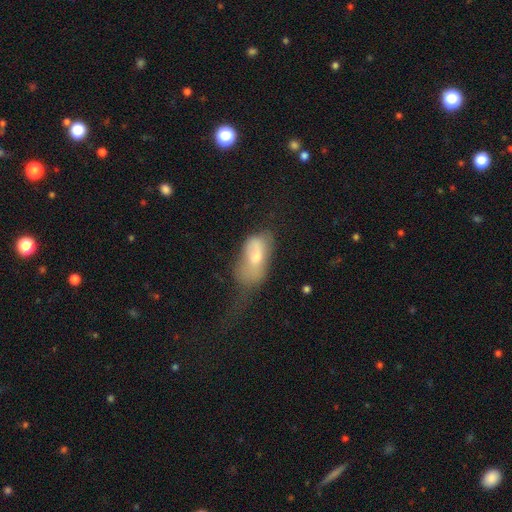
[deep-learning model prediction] Overall: smooth (57%; featured or disk 34%). How rounded: in between (89%). Merging: major disturbance (44%; minor disturbance 27%).